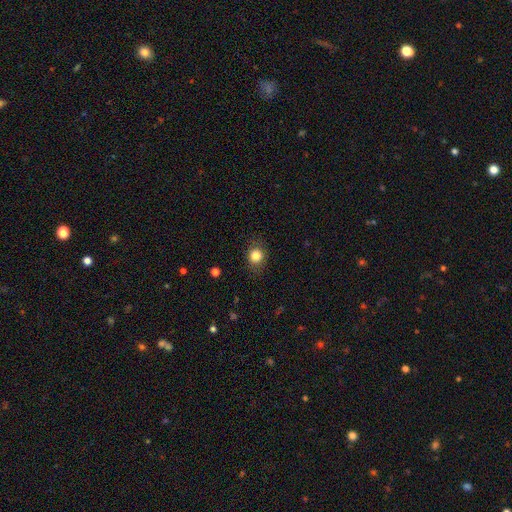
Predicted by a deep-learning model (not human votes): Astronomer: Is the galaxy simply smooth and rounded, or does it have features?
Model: smooth — 83%.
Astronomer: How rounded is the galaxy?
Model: round — 71%.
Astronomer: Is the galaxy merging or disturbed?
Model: none — 82%.